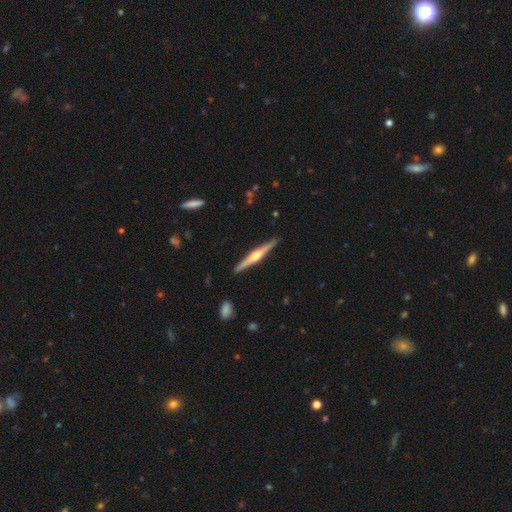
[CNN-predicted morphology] This appears to be a featured or disk galaxy (75%) viewed edge-on (98%) with a rounded central bulge (88%). Merging: none (91%).